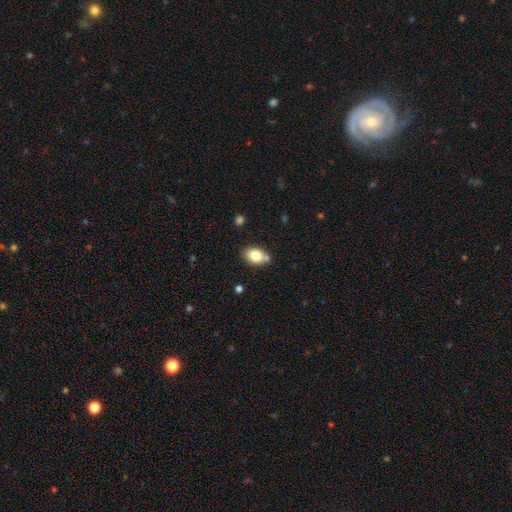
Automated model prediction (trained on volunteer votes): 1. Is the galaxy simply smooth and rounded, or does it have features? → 82% smooth, 9% featured or disk, 8% star or artifact.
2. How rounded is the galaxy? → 82% in between, 17% round, 1% cigar-shaped.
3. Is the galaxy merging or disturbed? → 73% none, 15% minor disturbance, 9% merger, 3% major disturbance.